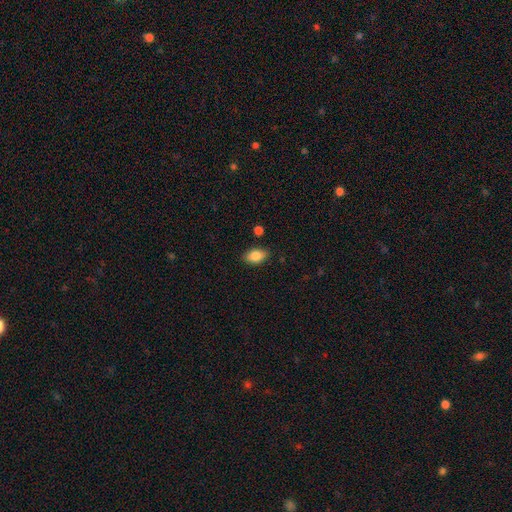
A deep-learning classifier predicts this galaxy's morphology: Overall: smooth (85%). How rounded: in between (89%). Merging: none (85%).